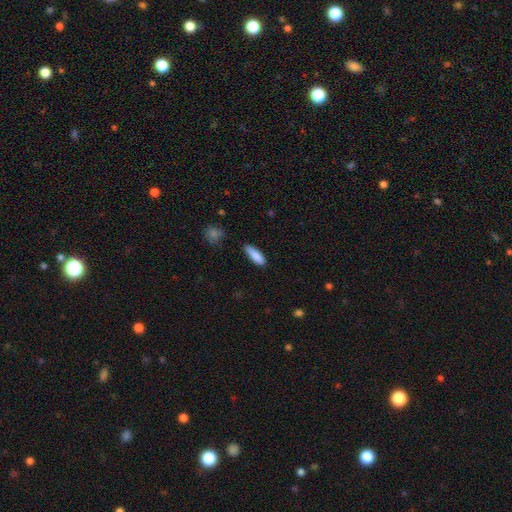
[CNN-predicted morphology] Q: Smooth or featured?
A: smooth (87%); runner-up: star or artifact (7%)
Q: How rounded?
A: in between (51%); runner-up: cigar-shaped (47%)
Q: Merging?
A: none (78%); runner-up: minor disturbance (17%)